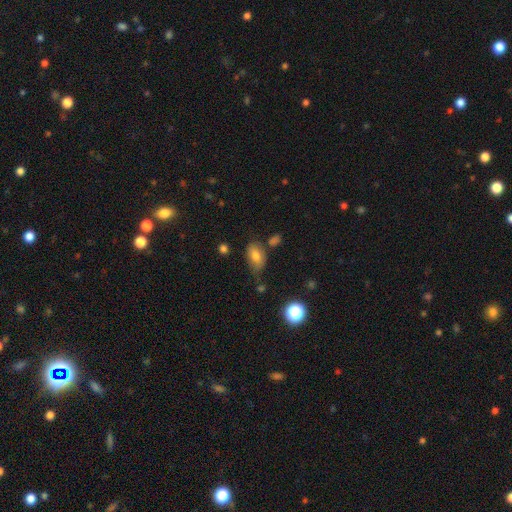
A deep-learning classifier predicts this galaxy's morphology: Overall: smooth (74%). How rounded: in between (87%). Merging: none (56%; minor disturbance 28%).